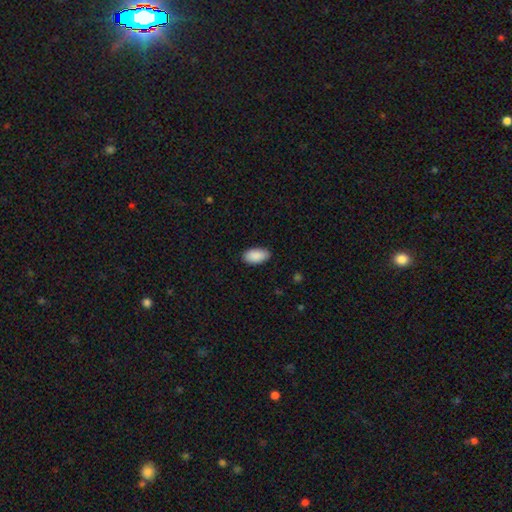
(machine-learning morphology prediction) Overall: smooth (90%). How rounded: in between (96%). Merging: none (88%).